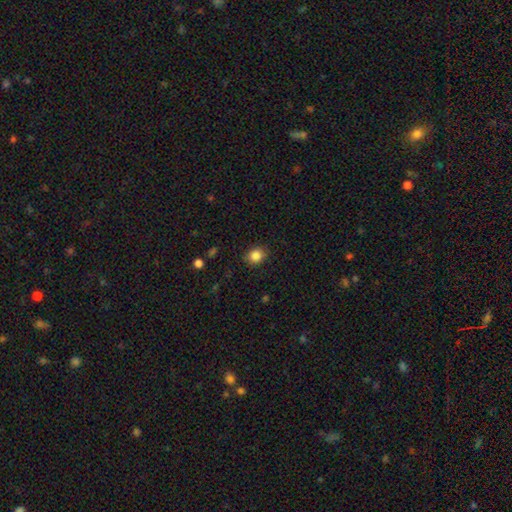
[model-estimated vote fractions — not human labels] Smooth or featured?
  - smooth: 86% *
  - star or artifact: 10%
  - featured or disk: 5%
How rounded?
  - round: 59% *
  - in between: 40%
  - cigar-shaped: 1%
Merging?
  - none: 86% *
  - minor disturbance: 11%
  - major disturbance: 3%
  - merger: 1%